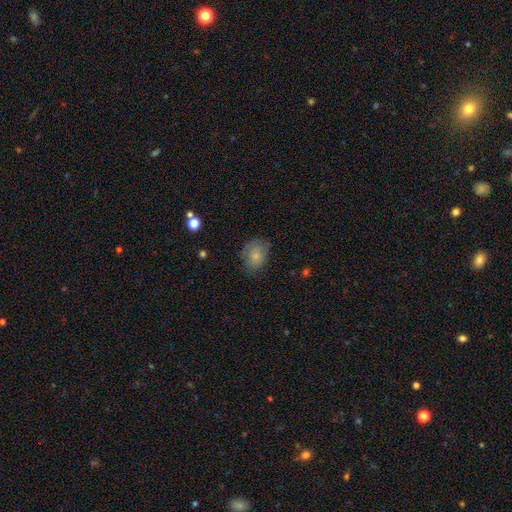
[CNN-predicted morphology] smooth_or_featured: smooth (p=0.78) [alt: featured or disk p=0.14]
how_rounded: in between (p=0.54) [alt: round p=0.45]
merging: none (p=0.72) [alt: minor disturbance p=0.21]